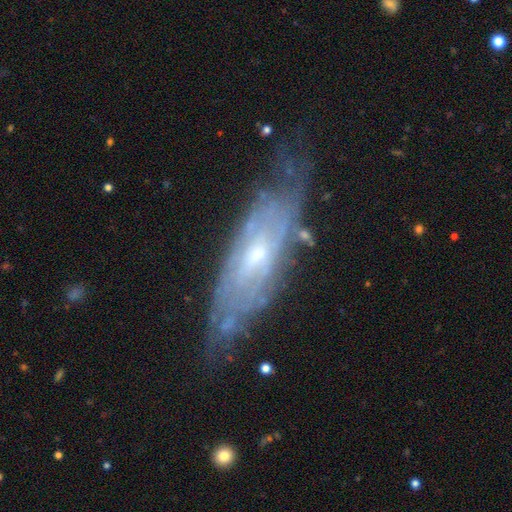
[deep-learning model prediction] Overall: featured or disk (76%). Edge-on disk: no (77%). Bar: no (58%; weak 34%). Spiral arms: yes (75%). Bulge size: small (54%; moderate 40%). Merging: none (60%; minor disturbance 25%).